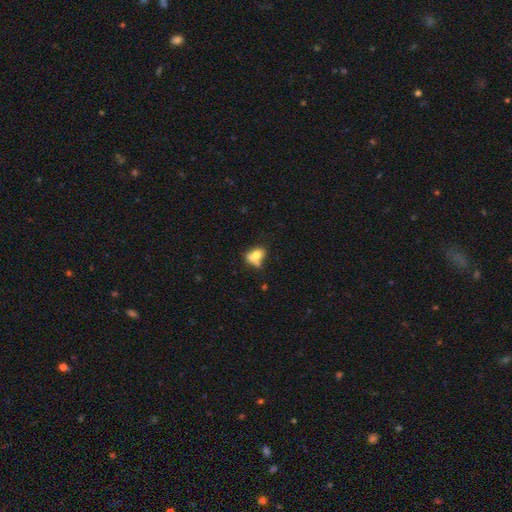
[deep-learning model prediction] Smooth or featured?
  - smooth: 70% *
  - featured or disk: 20%
  - star or artifact: 10%
How rounded?
  - in between: 69% *
  - round: 29%
  - cigar-shaped: 2%
Merging?
  - merger: 37% *
  - none: 33%
  - minor disturbance: 20%
  - major disturbance: 11%